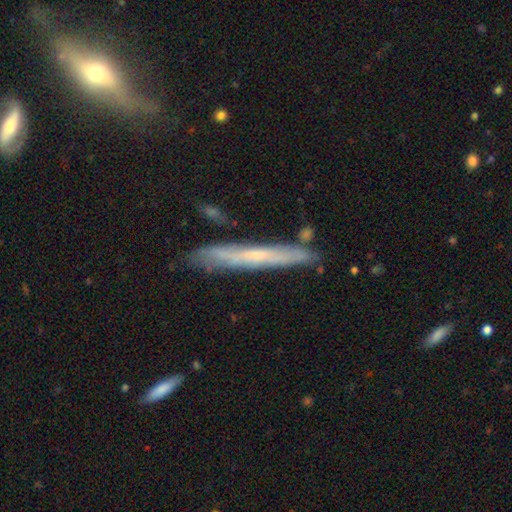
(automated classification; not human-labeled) Q: Smooth or featured?
A: featured or disk (55%); runner-up: smooth (37%)
Q: Edge-on disk?
A: yes (87%); runner-up: no (13%)
Q: Merging?
A: none (79%); runner-up: minor disturbance (15%)